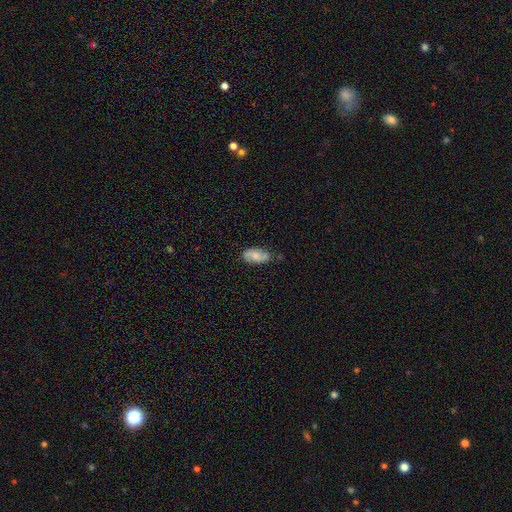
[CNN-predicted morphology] smooth-or-featured: smooth: 68% | featured or disk: 25% | star or artifact: 7%
  how-rounded: in between: 91% | cigar-shaped: 6% | round: 3%
  merging: none: 73% | minor disturbance: 21% | major disturbance: 3% | merger: 2%